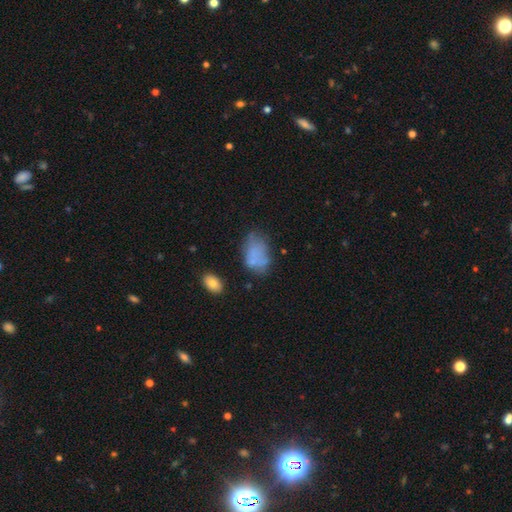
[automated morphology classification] Smooth or featured? Predicted: smooth (p=0.66). How rounded? Predicted: in between (p=0.86). Merging? Predicted: none (p=0.44).